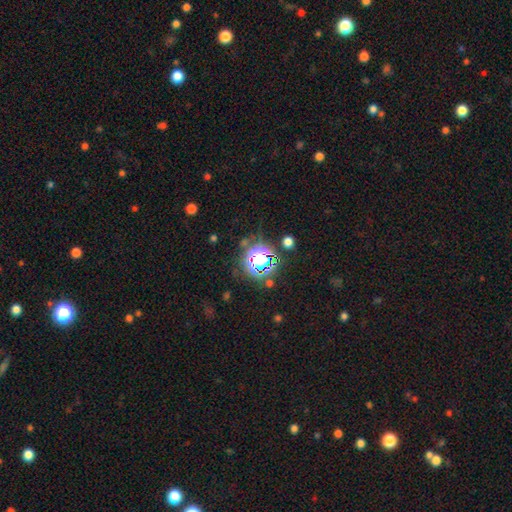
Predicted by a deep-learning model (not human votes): A star or artifact, not a galaxy (80%).